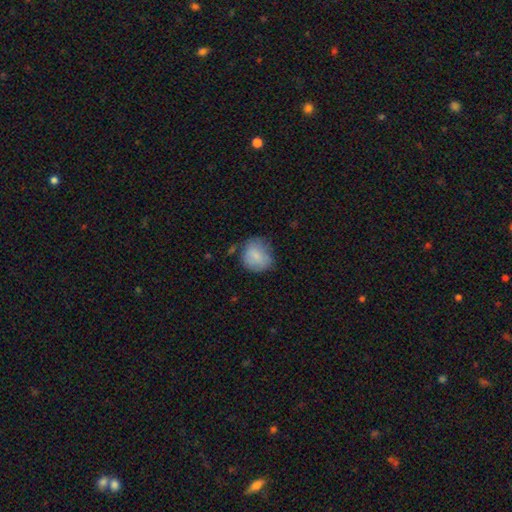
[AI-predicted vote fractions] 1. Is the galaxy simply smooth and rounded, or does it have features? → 81% smooth, 11% featured or disk, 7% star or artifact.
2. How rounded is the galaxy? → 73% round, 26% in between, 1% cigar-shaped.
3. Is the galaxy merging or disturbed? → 62% none, 27% minor disturbance, 8% major disturbance, 3% merger.